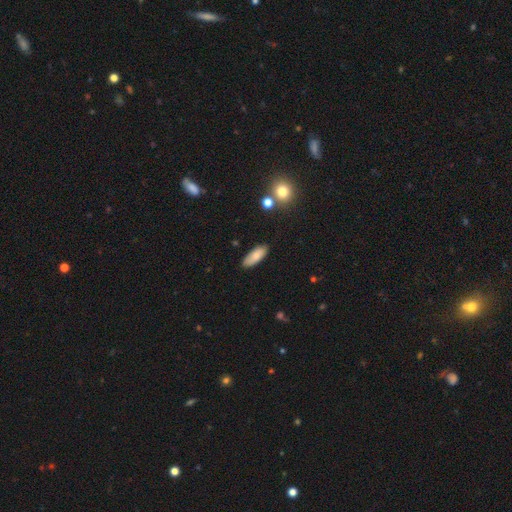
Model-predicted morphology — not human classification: A smooth galaxy with no disk features (81%) that is in between round and cigar-shaped (73%). Merging: none (86%).